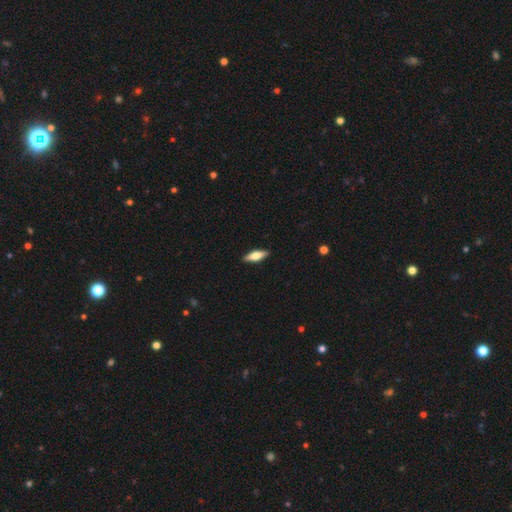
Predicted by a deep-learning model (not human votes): Overall: smooth (52%; featured or disk 42%). How rounded: in between (50%; cigar-shaped 47%). Merging: none (90%).